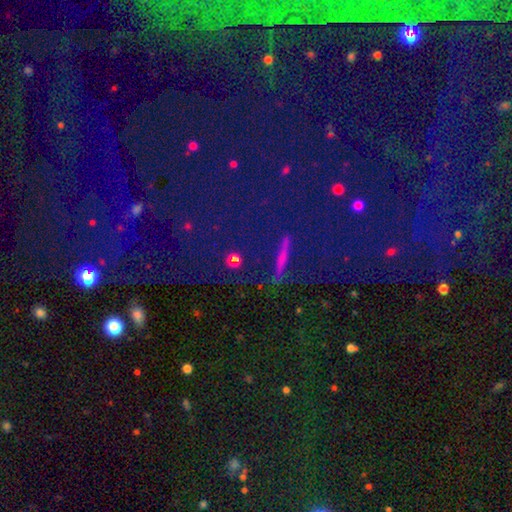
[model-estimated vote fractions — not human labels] smooth_or_featured: star or artifact (p=0.39) [alt: featured or disk p=0.31]